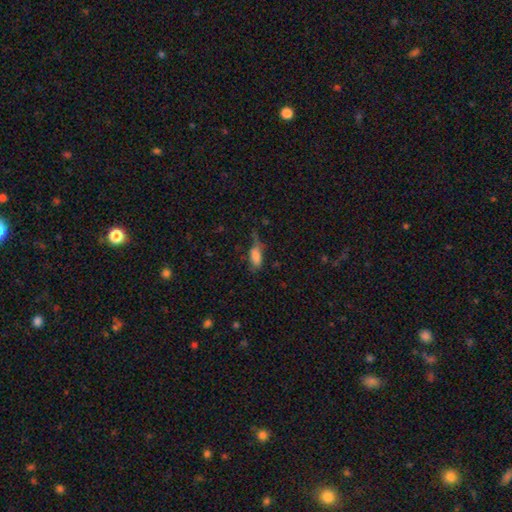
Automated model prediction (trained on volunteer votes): smooth 77%, featured or disk 14%, star or artifact 10%. Down the decision tree: how rounded — in between (80%); merging — none (41%).